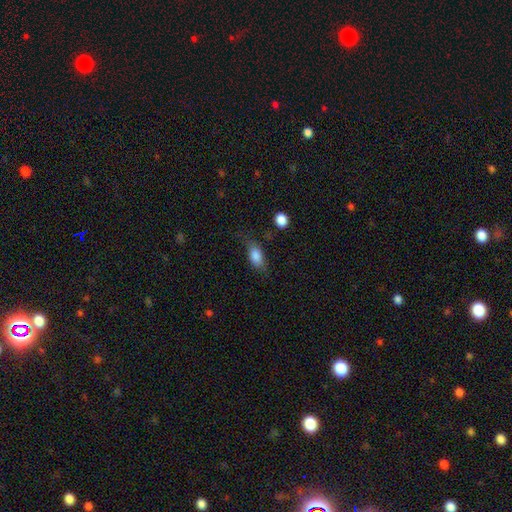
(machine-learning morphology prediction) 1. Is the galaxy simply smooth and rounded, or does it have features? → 83% smooth, 10% featured or disk, 7% star or artifact.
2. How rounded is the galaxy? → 85% in between, 8% cigar-shaped, 6% round.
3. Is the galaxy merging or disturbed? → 61% none, 25% minor disturbance, 11% major disturbance, 3% merger.